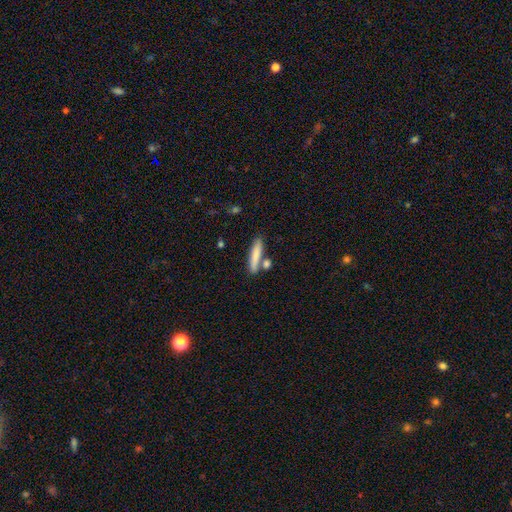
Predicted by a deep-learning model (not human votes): Overall: smooth (79%). How rounded: cigar-shaped (83%). Merging: none (69%).